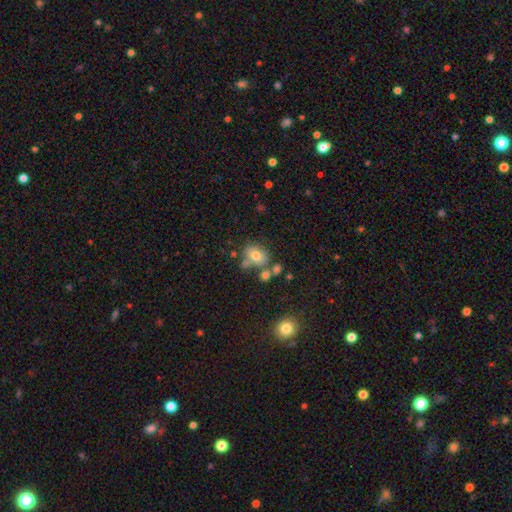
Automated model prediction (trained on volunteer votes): Morphology: type=smooth (72%); roundness=in between (49%, tied with round); merging=none (53%).